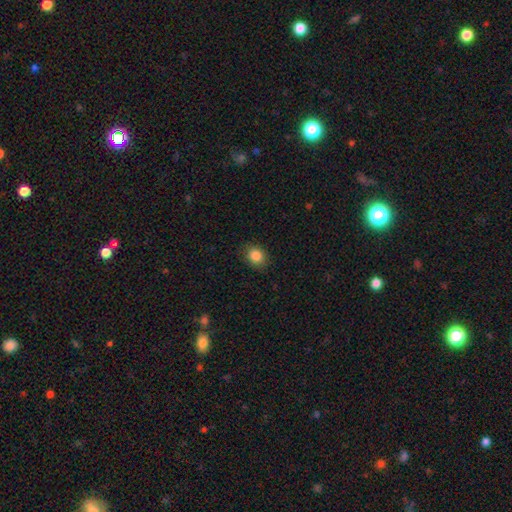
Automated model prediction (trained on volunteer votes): Q: Smooth or featured?
A: smooth (86%); runner-up: star or artifact (10%)
Q: How rounded?
A: round (59%); runner-up: in between (40%)
Q: Merging?
A: none (85%); runner-up: minor disturbance (11%)